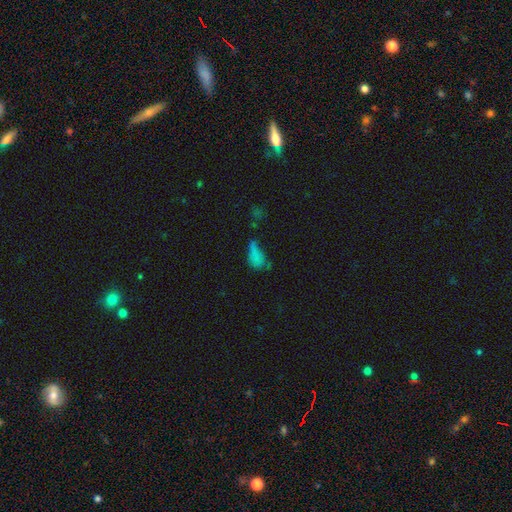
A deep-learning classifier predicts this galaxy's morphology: A smooth galaxy with no disk features (69%) that is in between round and cigar-shaped (75%).

Vote fractions:
- Smooth or featured? smooth: 69% / star or artifact: 17% / featured or disk: 14%
- How rounded? in between: 75% / cigar-shaped: 16% / round: 9%
- Merging? none: 31% / major disturbance: 25% / minor disturbance: 24% / merger: 20%